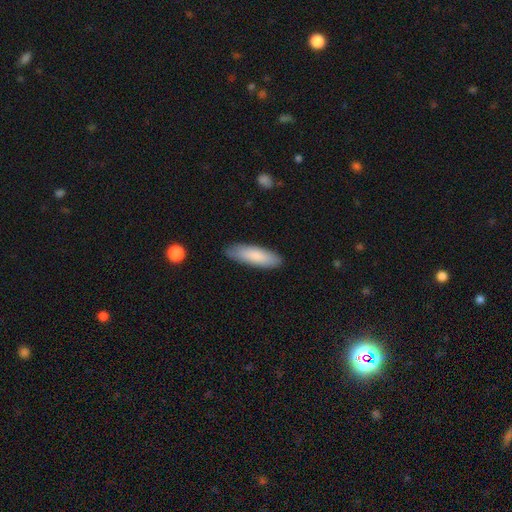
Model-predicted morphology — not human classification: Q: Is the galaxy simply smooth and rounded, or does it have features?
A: smooth — 84%.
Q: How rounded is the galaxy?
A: cigar-shaped — 54%.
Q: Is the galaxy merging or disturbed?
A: none — 85%.